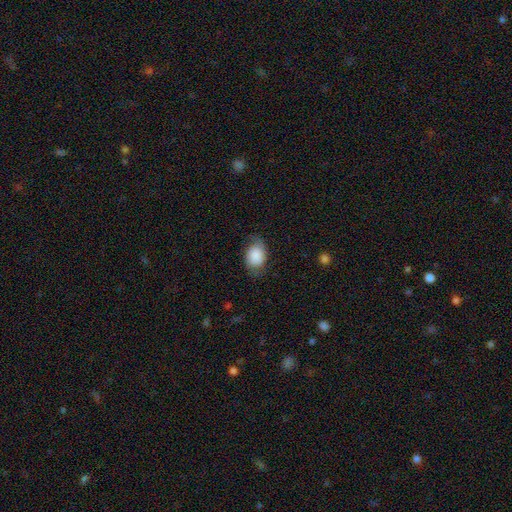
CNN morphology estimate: This appears to be a smooth galaxy with no disk features (77%) that is in between round and cigar-shaped (77%). Merging: none (65%).